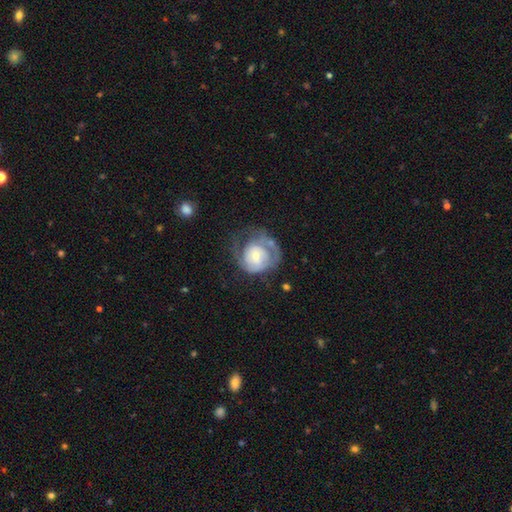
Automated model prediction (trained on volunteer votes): featured or disk 66%, smooth 28%, star or artifact 6%. Down the decision tree: edge-on disk — no (98%); bar — no (62%); spiral arms — yes (74%); bulge size — small (49%); merging — none (38%).